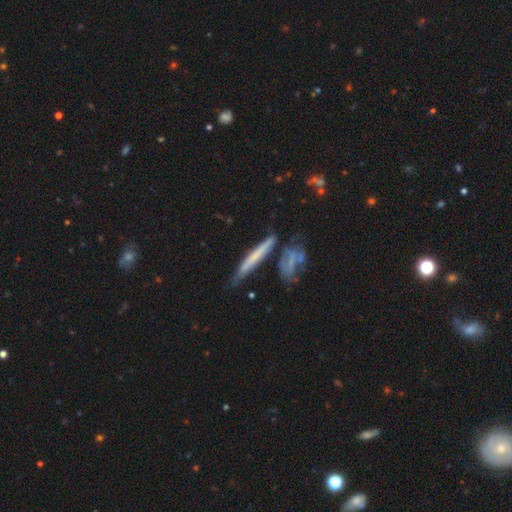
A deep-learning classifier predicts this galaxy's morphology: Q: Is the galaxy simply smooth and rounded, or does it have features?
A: smooth — 46%, tied with featured or disk.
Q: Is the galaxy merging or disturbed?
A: none — 64%.